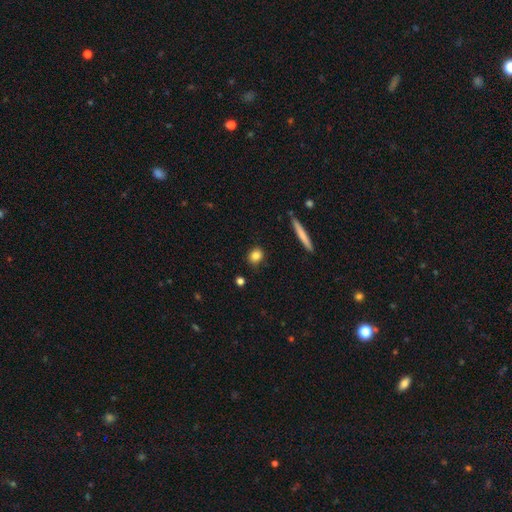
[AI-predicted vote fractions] This is clearly a smooth galaxy (83%). How rounded: possibly round (56%). Merging: clearly none (86%).